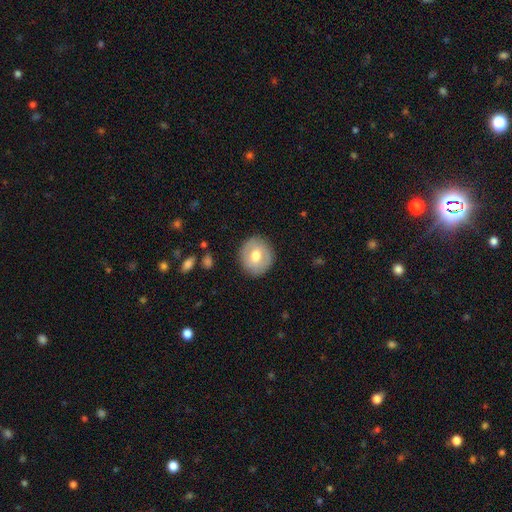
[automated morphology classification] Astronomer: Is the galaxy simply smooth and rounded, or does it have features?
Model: smooth — 60%.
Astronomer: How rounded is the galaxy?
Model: round — 85%.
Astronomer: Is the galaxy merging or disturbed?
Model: none — 87%.